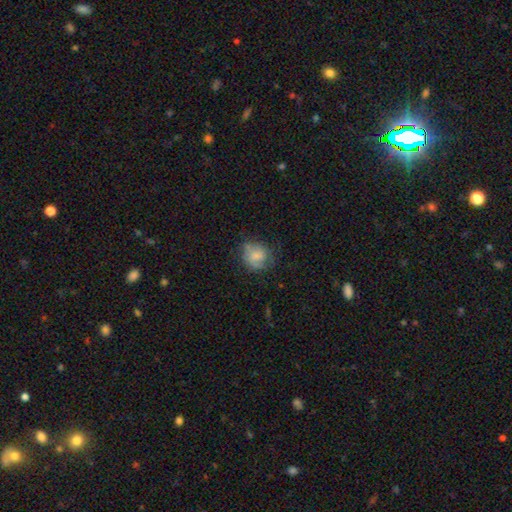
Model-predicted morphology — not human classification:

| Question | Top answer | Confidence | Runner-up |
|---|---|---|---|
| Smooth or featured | smooth | 70% | featured or disk (21%) |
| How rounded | round | 74% | in between (25%) |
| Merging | none | 58% | minor disturbance (28%) |